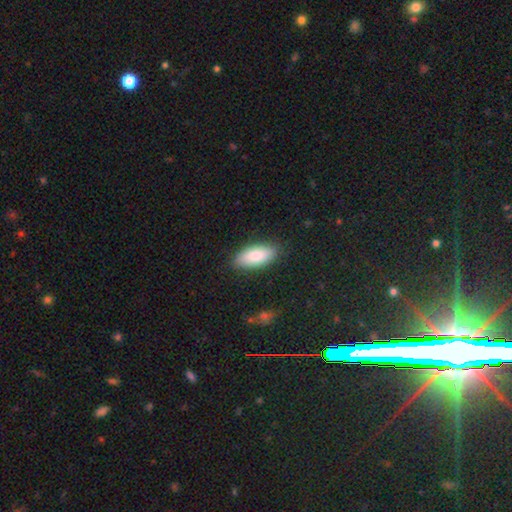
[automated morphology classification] Overall: smooth (81%). How rounded: in between (87%). Merging: none (86%).